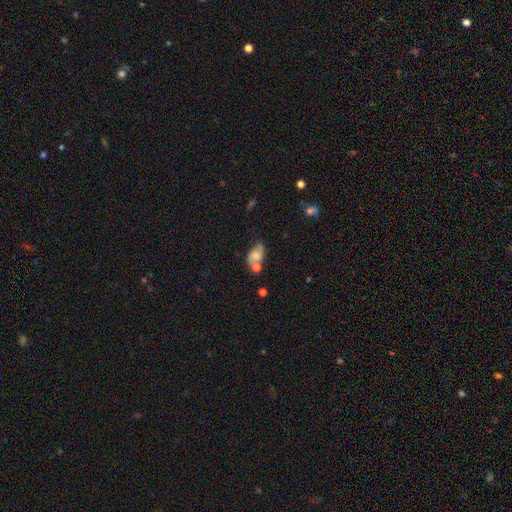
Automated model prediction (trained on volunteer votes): This is possibly a smooth galaxy (57%). How rounded: clearly in between (85%). Merging: marginally none (42%).